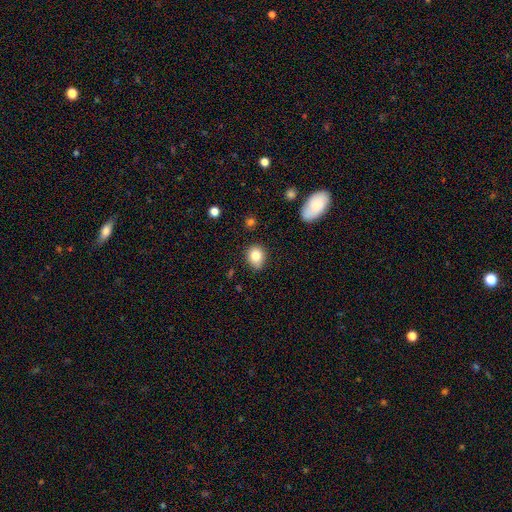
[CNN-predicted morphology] Smooth or featured: smooth — 83% (star or artifact — 10%)
How rounded: round — 53% (in between — 46%)
Merging: none — 77% (minor disturbance — 18%)